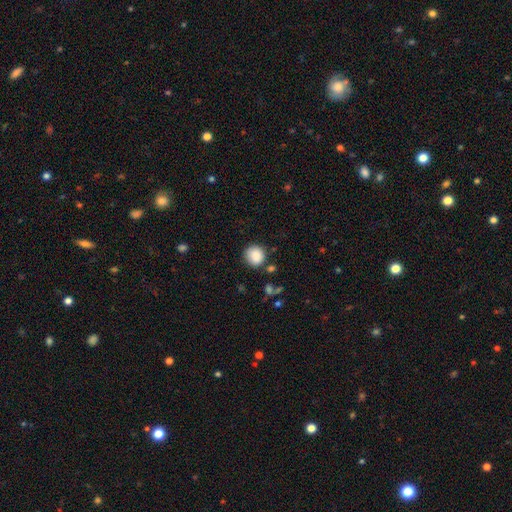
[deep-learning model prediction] This appears to be a smooth galaxy with no disk features (88%) that is round (86%). Merging: none (80%).